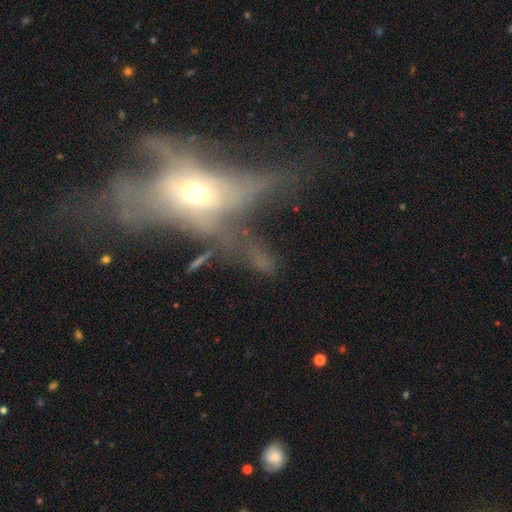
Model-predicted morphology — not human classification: The model was most divided on "merging": major disturbance: 54%, none: 21%, minor disturbance: 13%, merger: 12%. More confident: edge-on disk — no (70%); smooth or featured — featured or disk (59%).